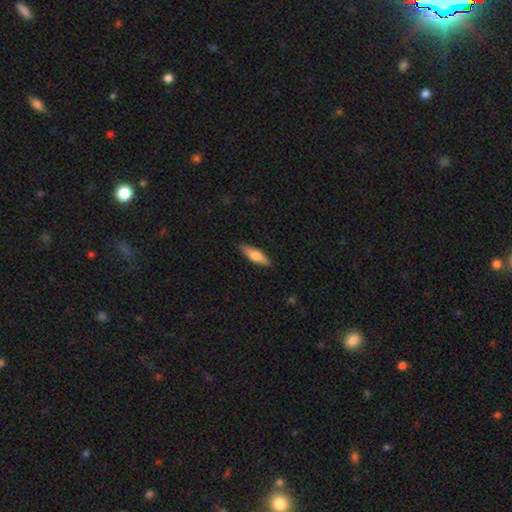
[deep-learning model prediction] This appears to be a smooth galaxy with no disk features (64%) that is cigar-shaped (55%). Merging: none (88%).